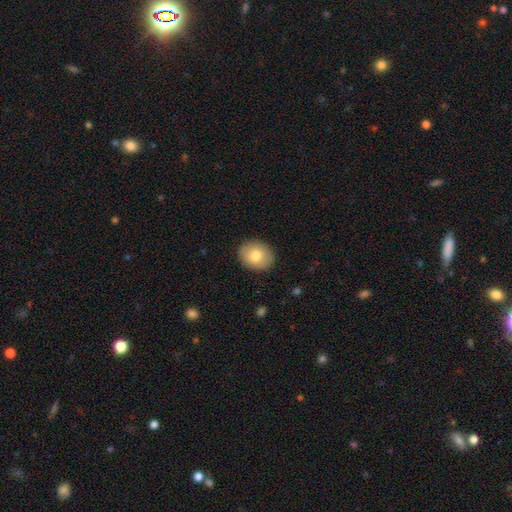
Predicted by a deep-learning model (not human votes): Smooth or featured? Predicted: smooth (p=0.79). How rounded? Predicted: round (p=0.50). Merging? Predicted: none (p=0.89).